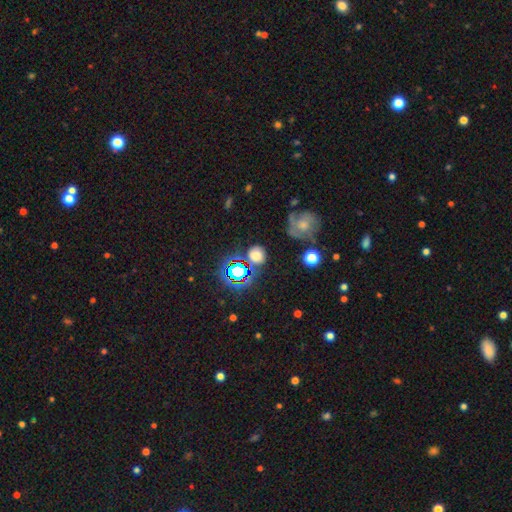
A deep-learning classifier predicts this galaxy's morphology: Smooth or featured? Predicted: smooth (p=0.57). How rounded? Predicted: round (p=0.79). Merging? Predicted: none (p=0.73).